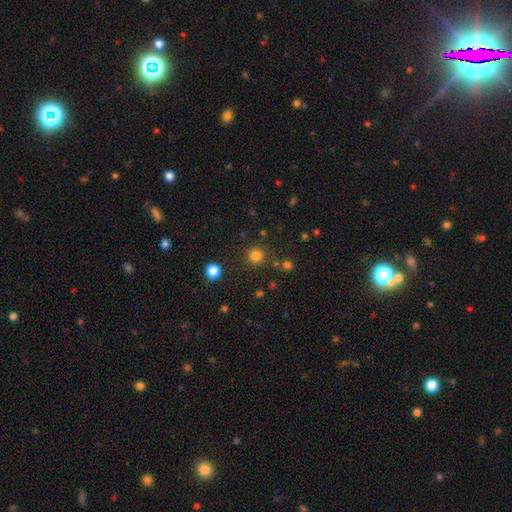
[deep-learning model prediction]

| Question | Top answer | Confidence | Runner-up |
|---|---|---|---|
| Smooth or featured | smooth | 81% | star or artifact (15%) |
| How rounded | round | 94% | in between (5%) |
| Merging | none | 87% | minor disturbance (6%) |